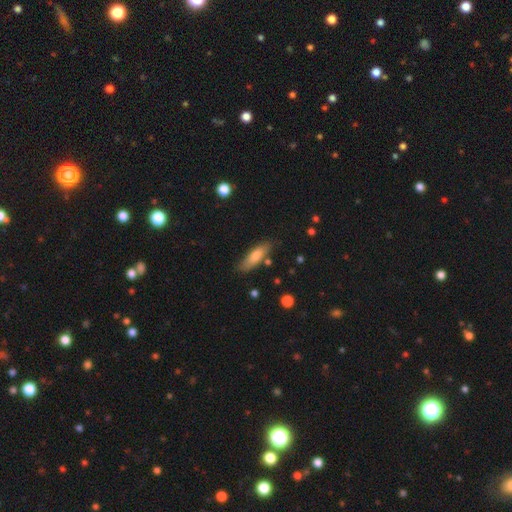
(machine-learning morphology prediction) Smooth or featured? Predicted: smooth (p=0.74). How rounded? Predicted: cigar-shaped (p=0.53). Merging? Predicted: none (p=0.78).